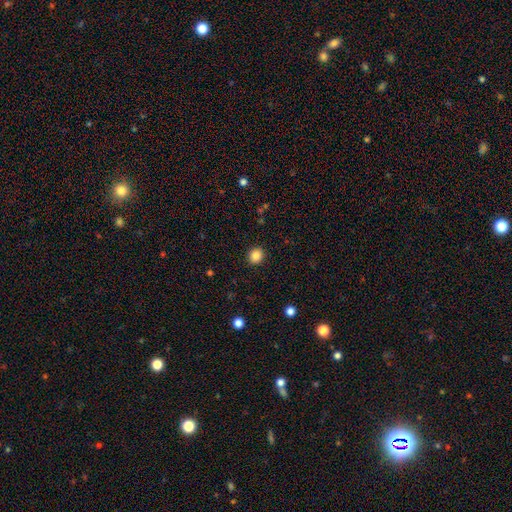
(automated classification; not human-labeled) The model was most divided on "how rounded": round: 81%, in between: 18%, cigar-shaped: 1%. More confident: merging — none (91%); smooth or featured — smooth (85%).